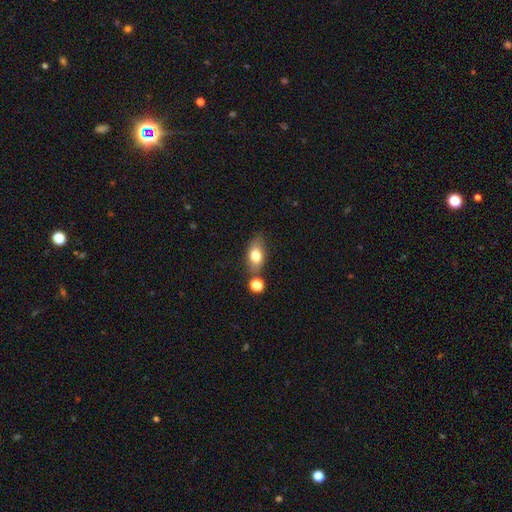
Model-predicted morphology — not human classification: A smooth galaxy with no disk features (75%) that is in between round and cigar-shaped (83%). Merging: none (68%).